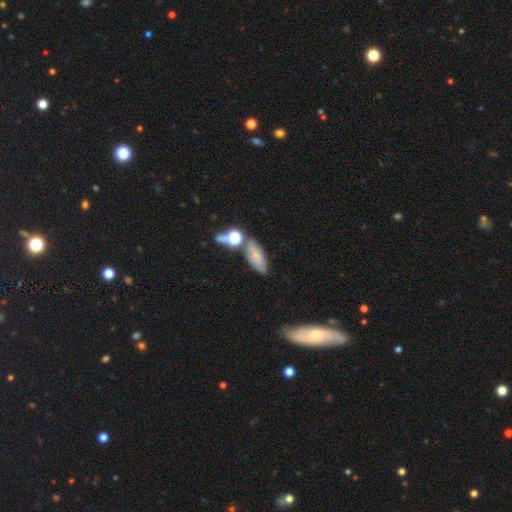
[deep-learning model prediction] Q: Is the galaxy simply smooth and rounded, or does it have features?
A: smooth — 61%.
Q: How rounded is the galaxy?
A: in between — 77%.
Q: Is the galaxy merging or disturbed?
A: none — 58%.